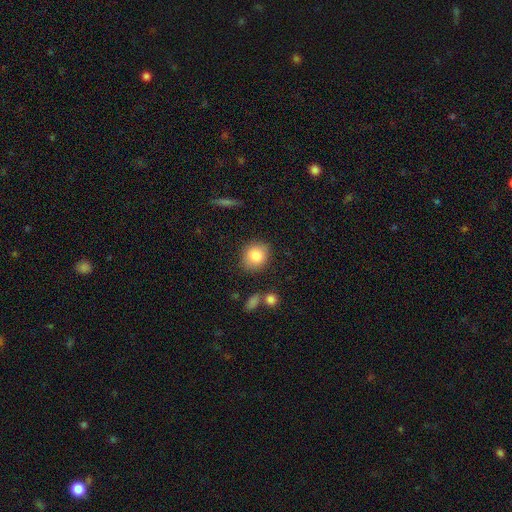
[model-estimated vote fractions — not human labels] This appears to be a smooth galaxy with no disk features (83%) that is round (72%). Merging: none (83%).